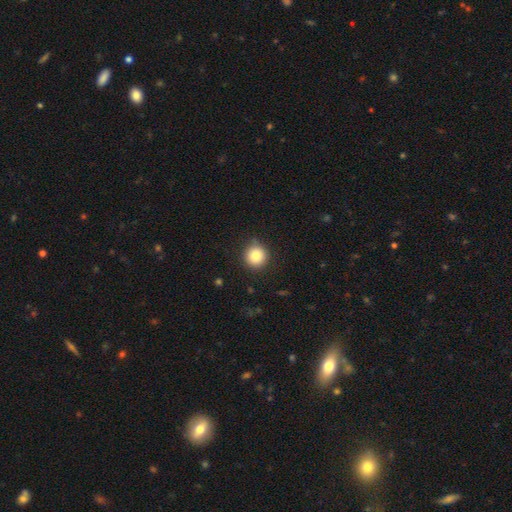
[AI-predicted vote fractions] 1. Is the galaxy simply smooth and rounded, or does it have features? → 85% smooth, 10% star or artifact, 6% featured or disk.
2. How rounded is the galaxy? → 93% round, 7% in between, 1% cigar-shaped.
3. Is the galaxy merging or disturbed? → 85% none, 11% minor disturbance, 3% major disturbance, 1% merger.